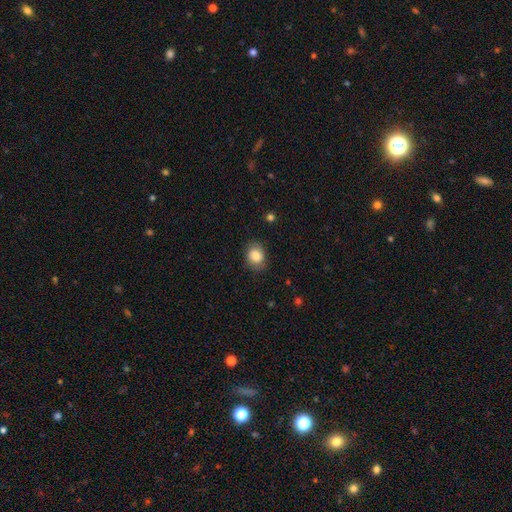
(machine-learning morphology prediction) smooth-or-featured: smooth: 81% | featured or disk: 10% | star or artifact: 8%
  how-rounded: round: 56% | in between: 43% | cigar-shaped: 1%
  merging: none: 78% | minor disturbance: 16% | major disturbance: 4% | merger: 1%